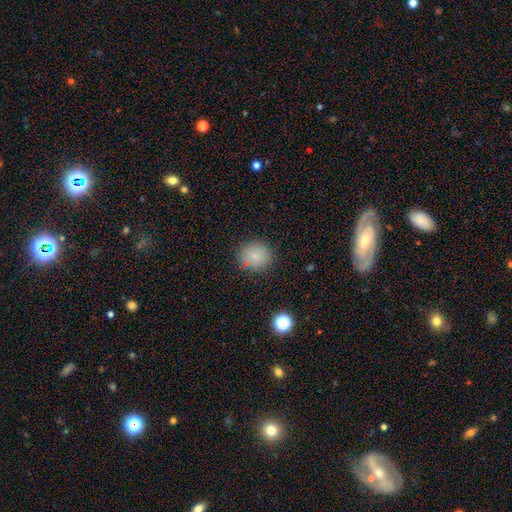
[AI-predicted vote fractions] smooth_or_featured: smooth (p=0.81) [alt: star or artifact p=0.12]
how_rounded: round (p=0.85) [alt: in between p=0.14]
merging: none (p=0.85) [alt: minor disturbance p=0.09]